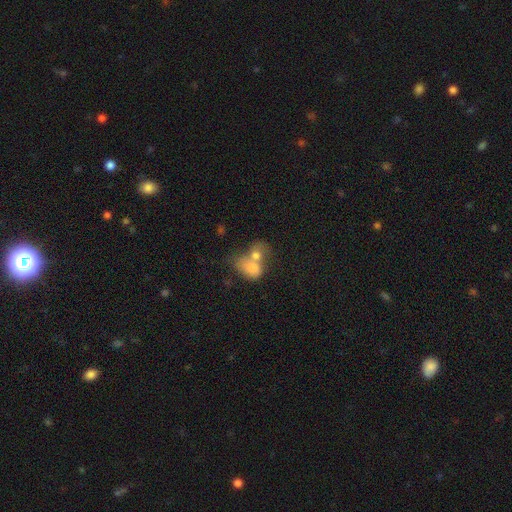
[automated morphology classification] This appears to be a smooth galaxy with no disk features (72%) that is in between round and cigar-shaped (61%). Merging: merger (74%).